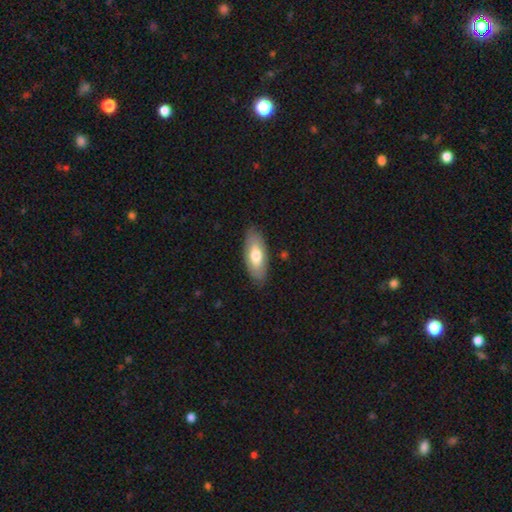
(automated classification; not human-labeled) Smooth or featured? Predicted: smooth (p=0.64). How rounded? Predicted: in between (p=0.83). Merging? Predicted: none (p=0.83).